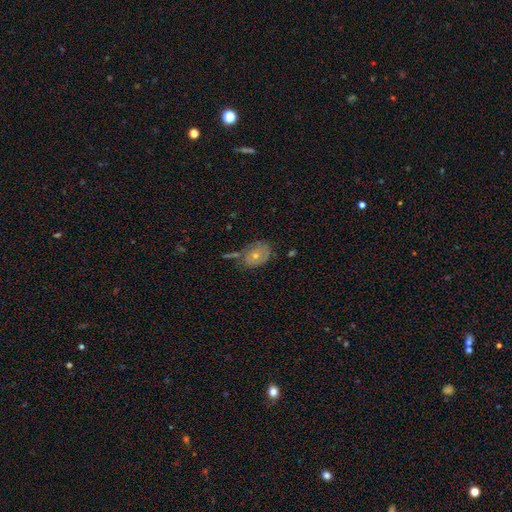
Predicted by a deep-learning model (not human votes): The model was most divided on "bulge size": moderate: 54%, small: 42%, large: 2%, none: 1%, dominant: 1%. More confident: edge-on disk — no (94%); bar — no (82%); spiral arms — yes (62%); merging — none (60%); smooth or featured — featured or disk (53%).